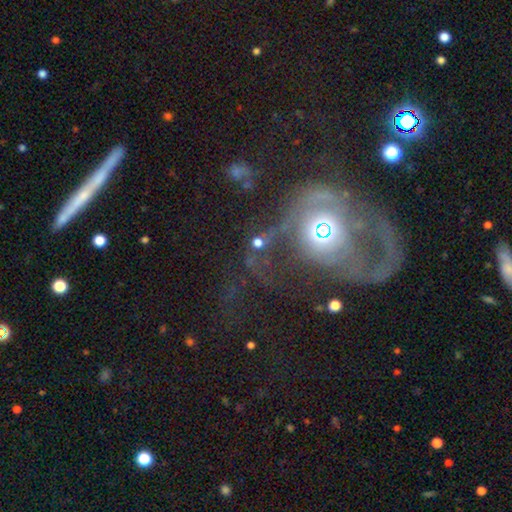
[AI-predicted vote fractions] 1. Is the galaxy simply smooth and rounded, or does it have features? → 67% featured or disk, 22% smooth, 11% star or artifact.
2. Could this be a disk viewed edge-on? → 93% no, 7% yes.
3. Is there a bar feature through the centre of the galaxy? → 80% no, 15% weak, 5% strong.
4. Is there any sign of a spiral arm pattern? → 63% yes, 37% no.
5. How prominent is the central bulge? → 61% moderate, 23% small, 12% large, 3% dominant, 2% none.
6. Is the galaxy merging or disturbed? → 56% major disturbance, 25% none, 13% minor disturbance, 6% merger.